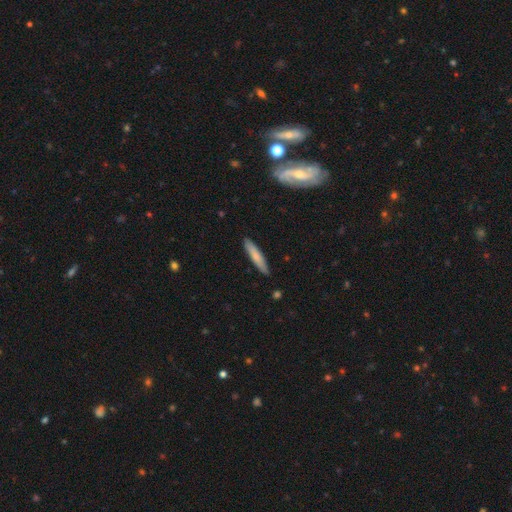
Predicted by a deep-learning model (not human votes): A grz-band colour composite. It shows a smooth galaxy with no disk features (73%) that is cigar-shaped (89%). Merging: none (89%).